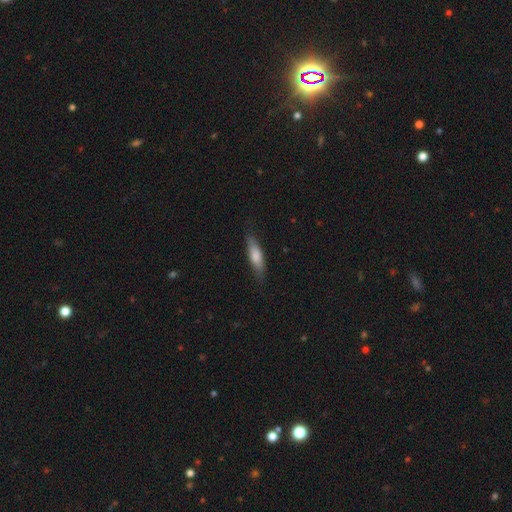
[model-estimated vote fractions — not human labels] Morphology: type=smooth (71%); roundness=cigar-shaped (61%); merging=none (78%).